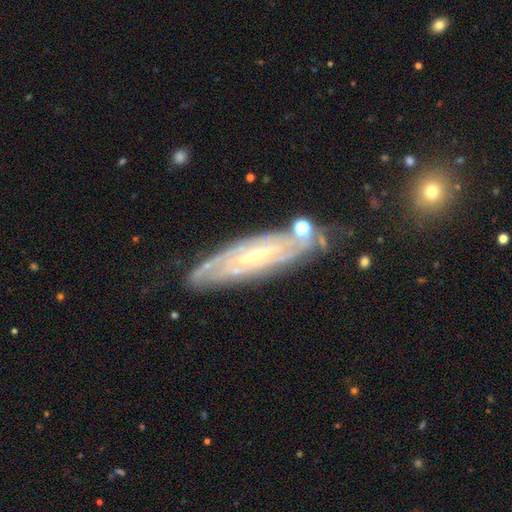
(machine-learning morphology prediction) Smooth or featured? Predicted: featured or disk (p=0.84). Edge-on disk? Predicted: no (p=0.78). Bar? Predicted: weak (p=0.40). Spiral arms? Predicted: yes (p=0.94). Spiral winding? Predicted: tight (p=0.73). Spiral arm count? Predicted: can't tell (p=0.45). Bulge size? Predicted: small (p=0.70). Merging? Predicted: none (p=0.72).